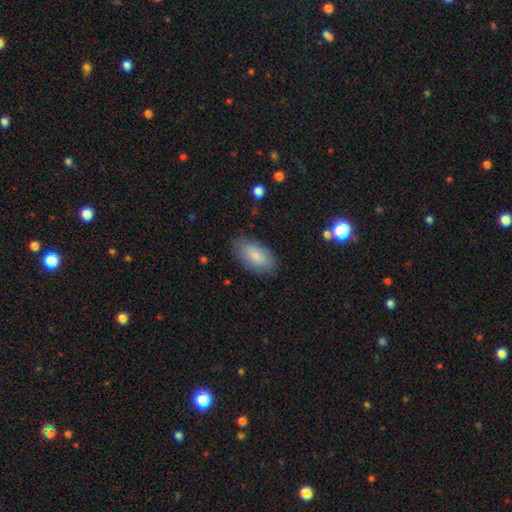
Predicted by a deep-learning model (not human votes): Q: Smooth or featured?
A: smooth (81%); runner-up: featured or disk (13%)
Q: How rounded?
A: in between (94%); runner-up: round (3%)
Q: Merging?
A: none (80%); runner-up: minor disturbance (15%)